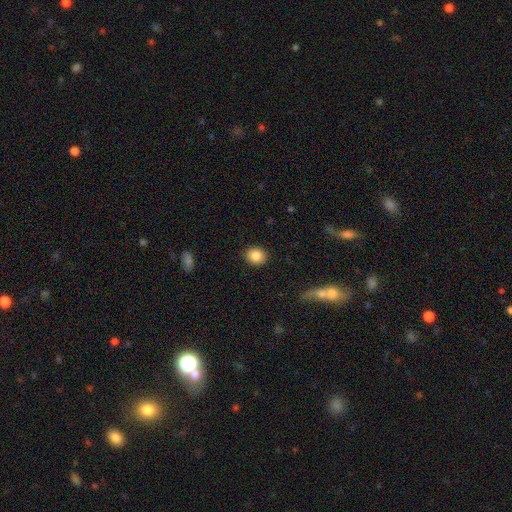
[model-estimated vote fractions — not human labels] A smooth galaxy with no disk features (86%) that is round (68%).

Vote fractions:
- Smooth or featured? smooth: 86% / star or artifact: 8% / featured or disk: 6%
- How rounded? round: 68% / in between: 31% / cigar-shaped: 1%
- Merging? none: 90% / minor disturbance: 7% / major disturbance: 2% / merger: 1%